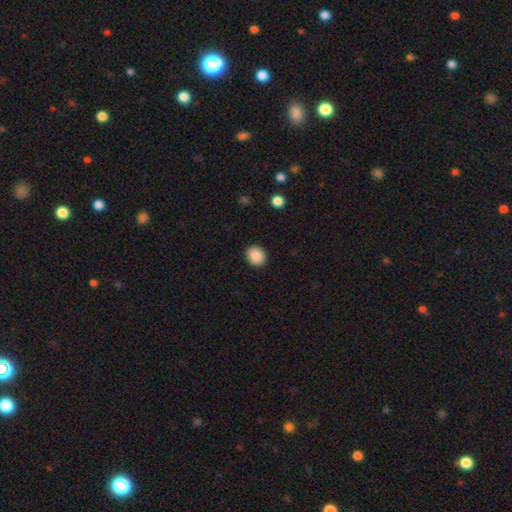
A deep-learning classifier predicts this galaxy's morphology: Q: Smooth or featured?
A: smooth (89%); runner-up: star or artifact (8%)
Q: How rounded?
A: round (76%); runner-up: in between (23%)
Q: Merging?
A: none (91%); runner-up: minor disturbance (6%)